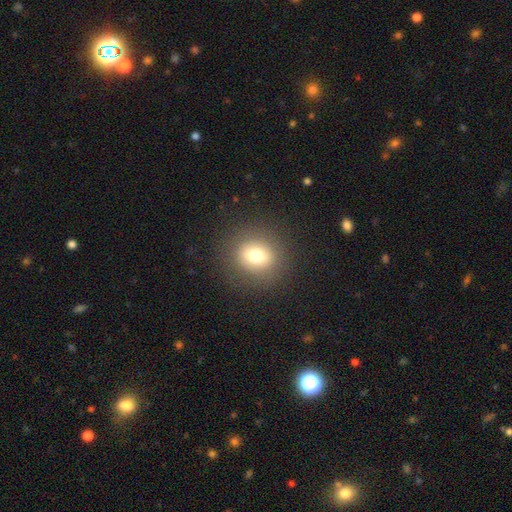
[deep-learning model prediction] A smooth galaxy with no disk features (73%) that is round (81%). Merging: none (87%).